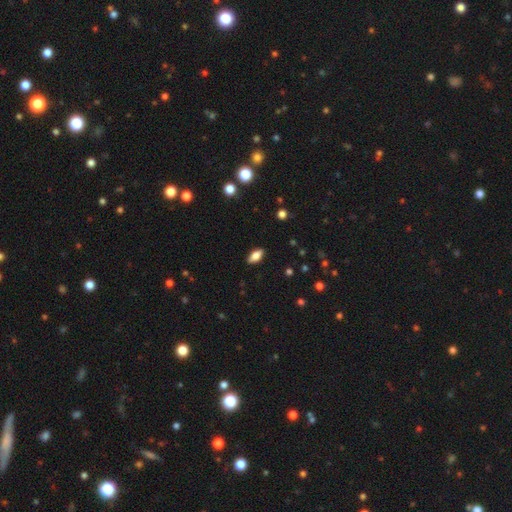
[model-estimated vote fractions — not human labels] Smooth or featured?
  - smooth: 76% *
  - featured or disk: 16%
  - star or artifact: 8%
How rounded?
  - in between: 87% *
  - cigar-shaped: 10%
  - round: 3%
Merging?
  - none: 88% *
  - minor disturbance: 9%
  - major disturbance: 2%
  - merger: 1%